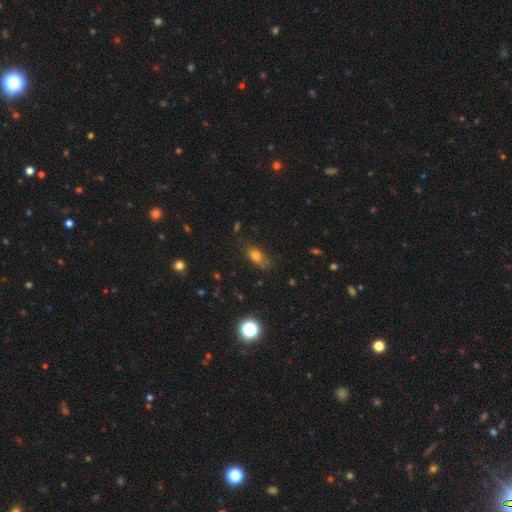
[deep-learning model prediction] This is likely a smooth galaxy (71%). How rounded: likely in between (77%). Merging: likely none (63%).